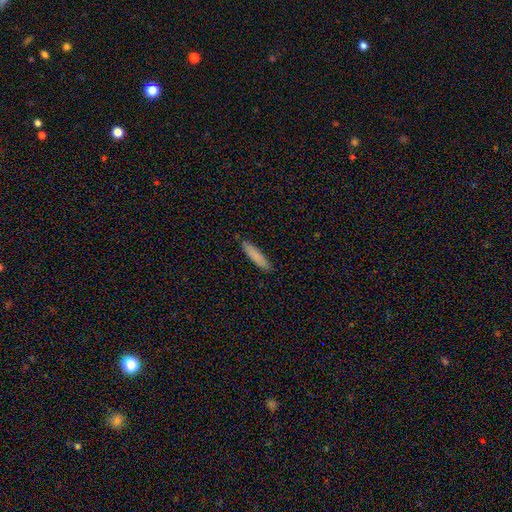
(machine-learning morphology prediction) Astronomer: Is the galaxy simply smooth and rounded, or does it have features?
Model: smooth — 84%.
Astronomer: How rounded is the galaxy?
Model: cigar-shaped — 84%.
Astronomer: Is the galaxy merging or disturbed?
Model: none — 88%.